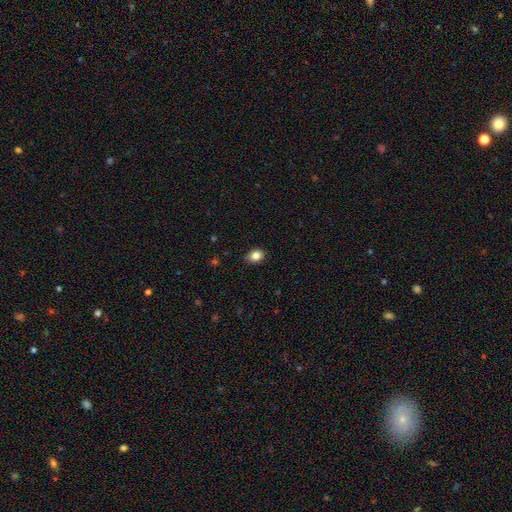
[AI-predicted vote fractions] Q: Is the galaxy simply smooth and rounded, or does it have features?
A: smooth — 83%.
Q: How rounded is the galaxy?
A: in between — 65%.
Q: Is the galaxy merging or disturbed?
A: none — 85%.